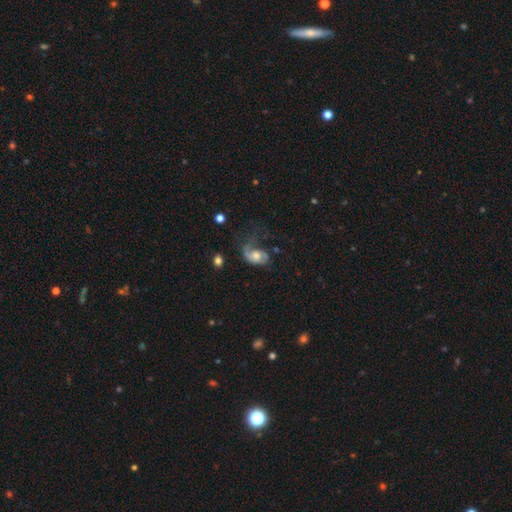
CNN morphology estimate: A featured or disk galaxy (62%) with no bar (74%), spiral arms (81%) and a moderate central bulge (60%). Merging: major disturbance (43%).